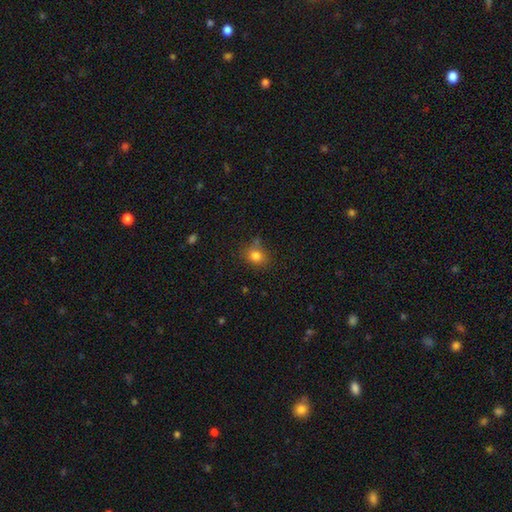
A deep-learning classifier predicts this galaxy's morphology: type=smooth (81%); roundness=round (59%); merging=none (72%).